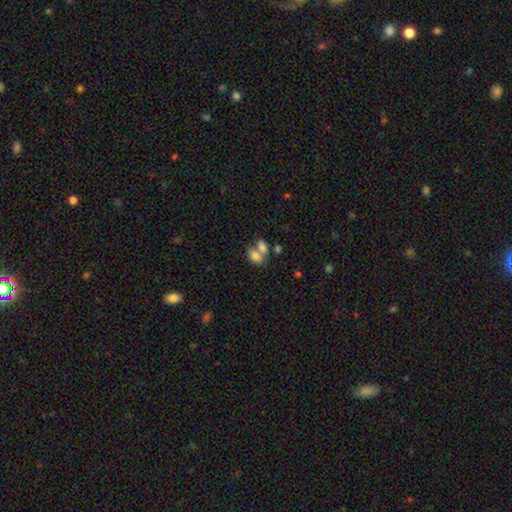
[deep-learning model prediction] This is likely a smooth galaxy (79%). How rounded: clearly in between (81%). Merging: likely merger (61%).